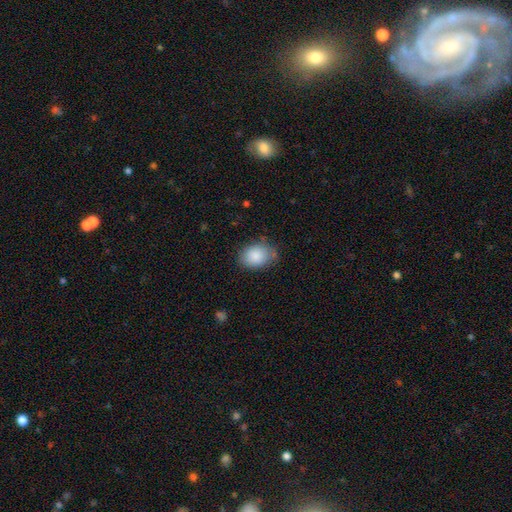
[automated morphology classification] Q: Smooth or featured?
A: smooth (87%); runner-up: star or artifact (7%)
Q: How rounded?
A: in between (69%); runner-up: round (30%)
Q: Merging?
A: none (73%); runner-up: minor disturbance (21%)